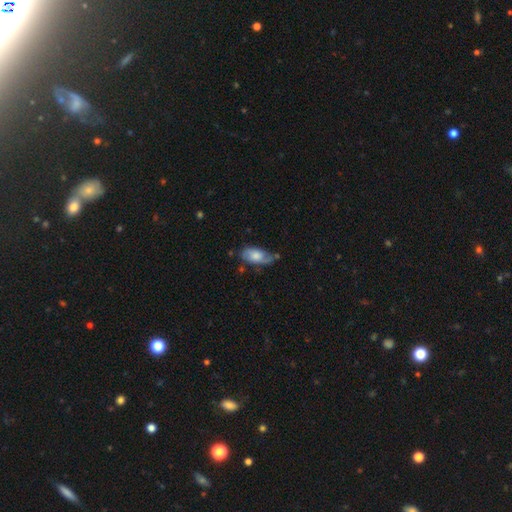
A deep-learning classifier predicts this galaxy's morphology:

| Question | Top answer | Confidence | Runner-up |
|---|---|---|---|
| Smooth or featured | smooth | 59% | featured or disk (35%) |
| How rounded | in between | 89% | cigar-shaped (7%) |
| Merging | none | 48% | minor disturbance (34%) |